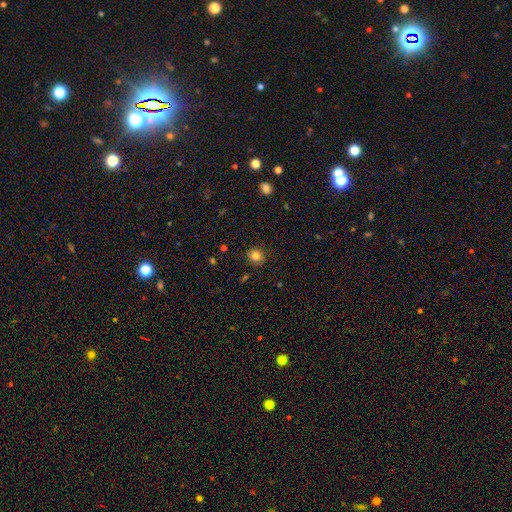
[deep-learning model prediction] A smooth galaxy with no disk features (82%) that is round (86%).

Vote fractions:
- Smooth or featured? smooth: 82% / star or artifact: 11% / featured or disk: 6%
- How rounded? round: 86% / in between: 13% / cigar-shaped: 1%
- Merging? none: 87% / minor disturbance: 9% / major disturbance: 2% / merger: 1%